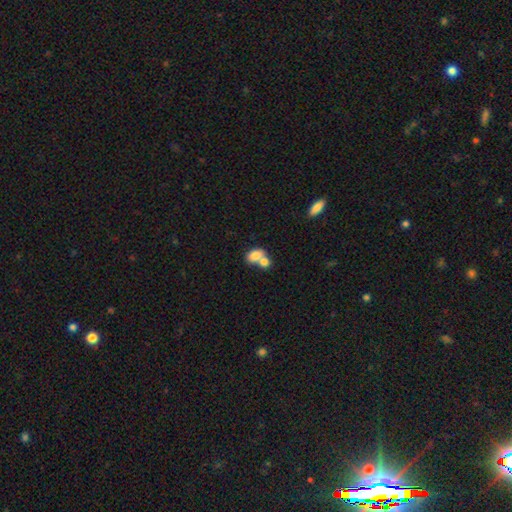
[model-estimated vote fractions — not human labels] A smooth galaxy with no disk features (78%) that is in between round and cigar-shaped (78%). Merging: merger (64%).